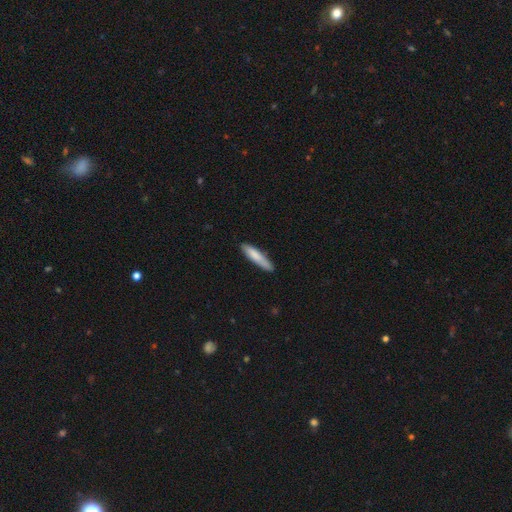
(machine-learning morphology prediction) Overall: smooth (82%). How rounded: cigar-shaped (84%). Merging: none (80%).